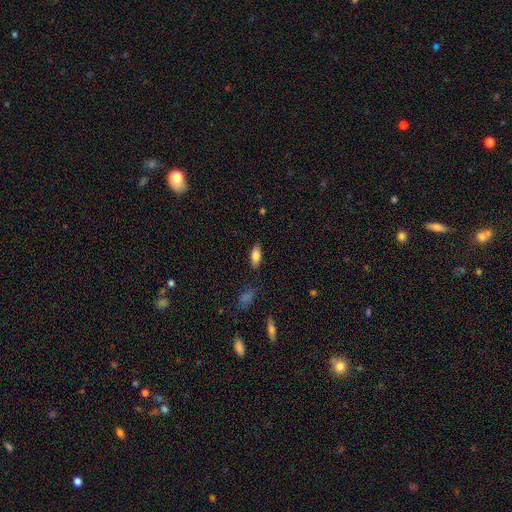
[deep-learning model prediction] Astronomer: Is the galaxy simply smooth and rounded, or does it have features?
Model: smooth — 82%.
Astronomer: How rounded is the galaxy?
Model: in between — 82%.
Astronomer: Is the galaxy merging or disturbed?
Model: none — 84%.